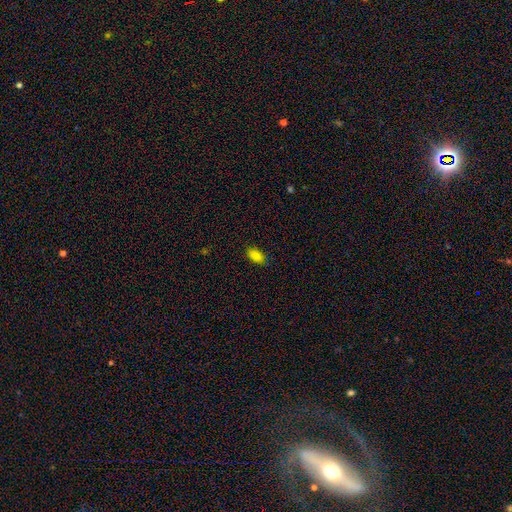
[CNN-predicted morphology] A smooth galaxy with no disk features (86%) that is in between round and cigar-shaped (92%). Merging: none (87%).